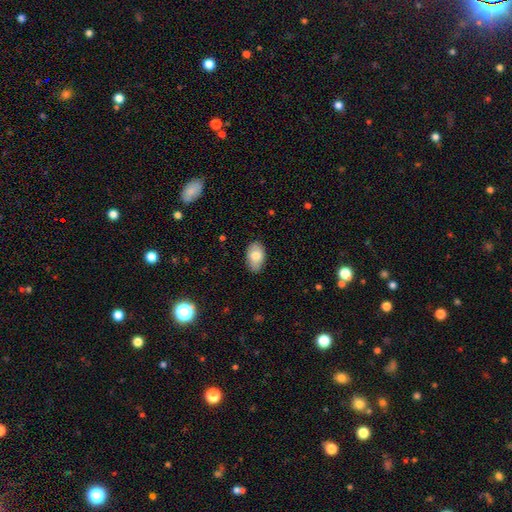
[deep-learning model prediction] A smooth galaxy with no disk features (79%) that is in between round and cigar-shaped (92%).

Vote fractions:
- Smooth or featured? smooth: 79% / featured or disk: 15% / star or artifact: 7%
- How rounded? in between: 92% / round: 7% / cigar-shaped: 1%
- Merging? none: 84% / minor disturbance: 13% / major disturbance: 2% / merger: 1%